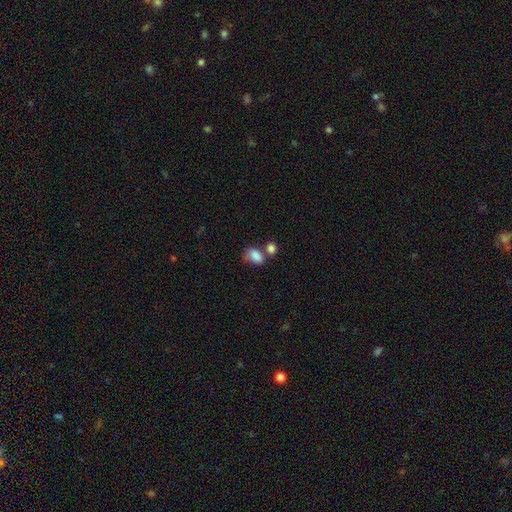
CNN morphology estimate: type=smooth (84%); roundness=in between (82%); merging=merger (39%).